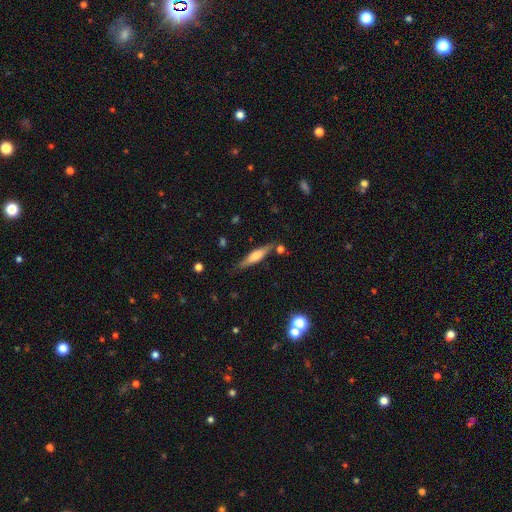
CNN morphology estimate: This is possibly a featured or disk galaxy (51%). It is clearly viewed edge-on (94%). Merging: clearly none (81%).